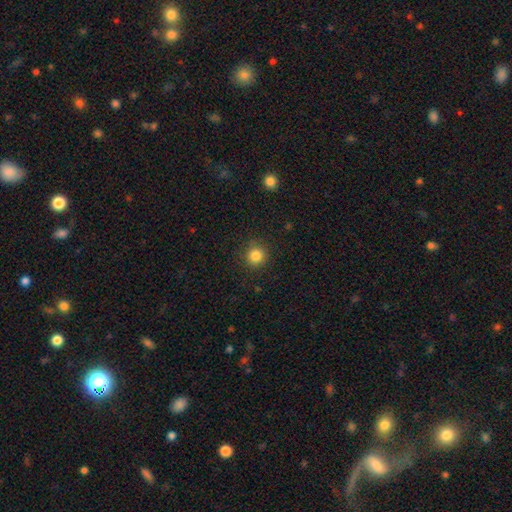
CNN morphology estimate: Smooth or featured? smooth (84%)
How rounded? round (93%)
Merging? none (89%)